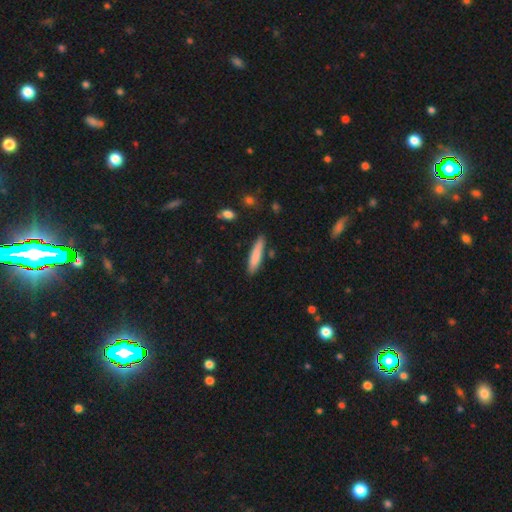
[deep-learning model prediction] This appears to be a smooth galaxy with no disk features (81%) that is cigar-shaped (86%). Merging: none (84%).